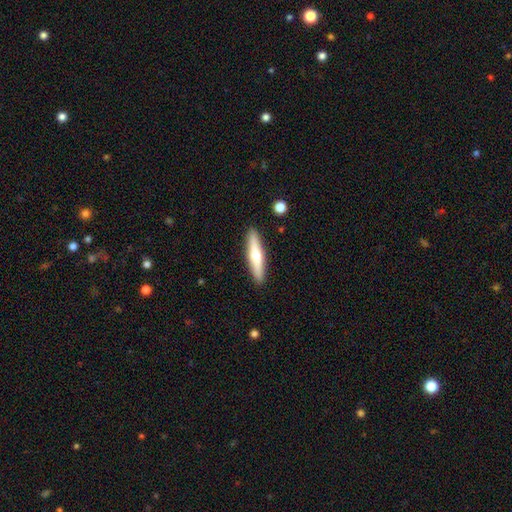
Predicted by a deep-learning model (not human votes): Overall: featured or disk (48%; smooth 47%). Merging: none (91%).